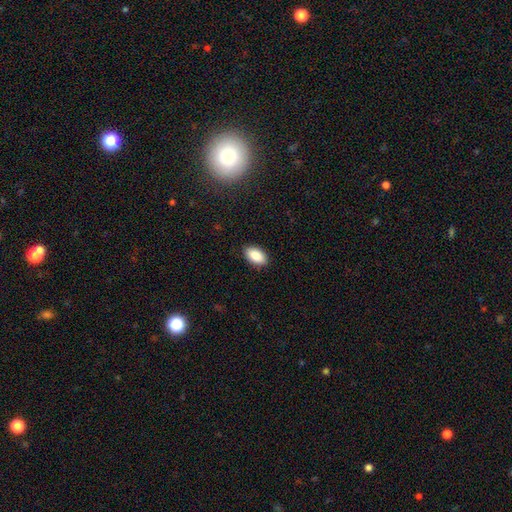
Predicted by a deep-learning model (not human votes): This appears to be a smooth galaxy with no disk features (89%) that is in between round and cigar-shaped (94%). Merging: none (88%).